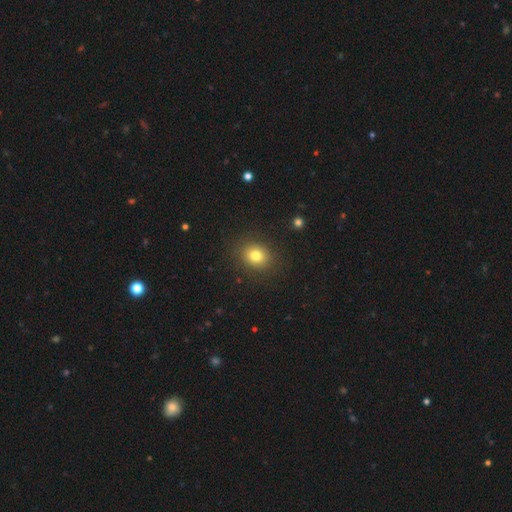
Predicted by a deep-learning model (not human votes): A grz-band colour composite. It shows a smooth galaxy with no disk features (79%) that is round (66%). Merging: none (88%).